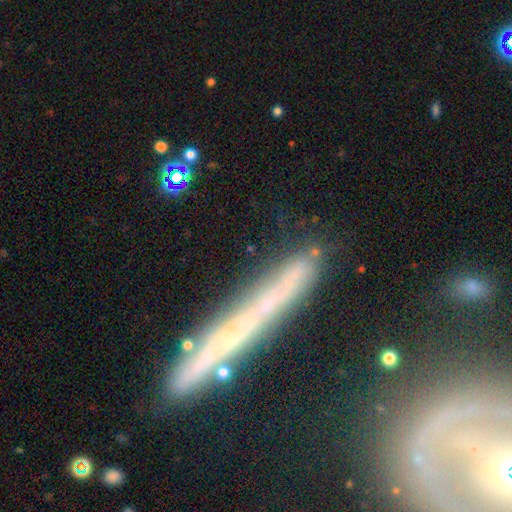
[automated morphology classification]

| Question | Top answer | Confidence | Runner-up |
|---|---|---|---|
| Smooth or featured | featured or disk | 58% | smooth (29%) |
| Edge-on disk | yes | 84% | no (16%) |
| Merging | none | 73% | minor disturbance (16%) |